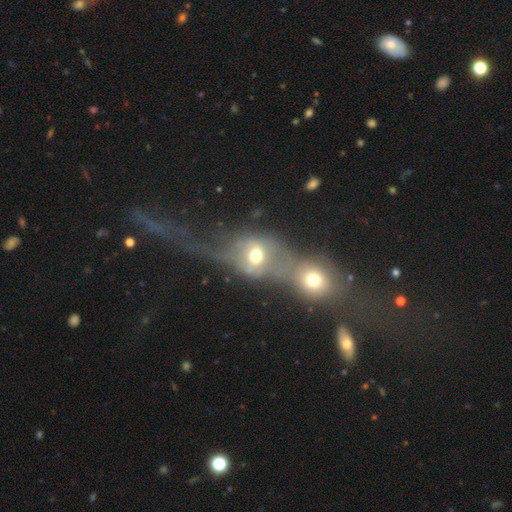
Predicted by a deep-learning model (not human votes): A smooth galaxy with no disk features (44%).

Vote fractions:
- Smooth or featured? smooth: 44% / featured or disk: 42% / star or artifact: 14%
- Merging? merger: 72% / major disturbance: 13% / none: 10% / minor disturbance: 5%